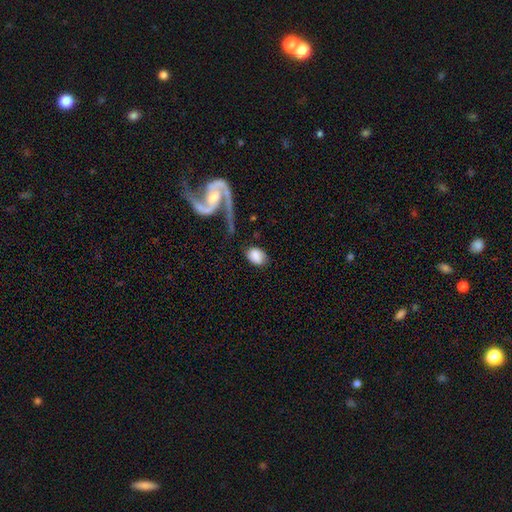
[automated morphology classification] type=smooth (78%); roundness=in between (76%); merging=none (69%).